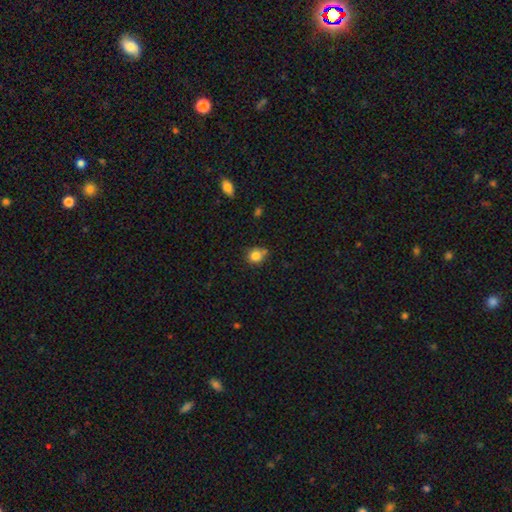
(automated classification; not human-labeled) A smooth galaxy with no disk features (82%) that is round (78%).

Vote fractions:
- Smooth or featured? smooth: 82% / star or artifact: 11% / featured or disk: 7%
- How rounded? round: 78% / in between: 21% / cigar-shaped: 1%
- Merging? none: 64% / minor disturbance: 24% / merger: 7% / major disturbance: 4%